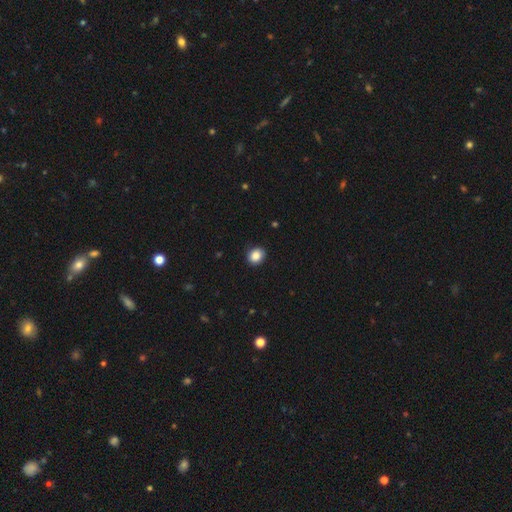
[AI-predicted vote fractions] smooth_or_featured: smooth (p=0.87) [alt: star or artifact p=0.09]
how_rounded: round (p=0.69) [alt: in between p=0.30]
merging: none (p=0.89) [alt: minor disturbance p=0.08]